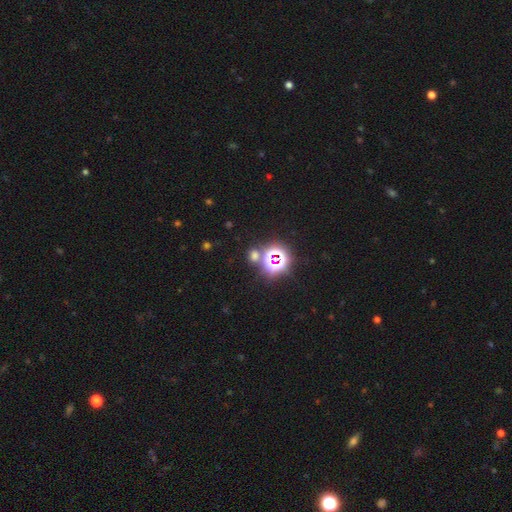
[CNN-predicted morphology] This is possibly a star or artifact rather than a galaxy (55%).